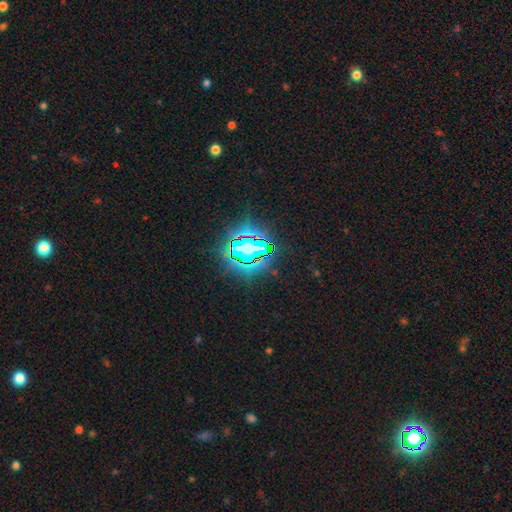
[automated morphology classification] This appears to be a star or artifact, not a galaxy (83%).